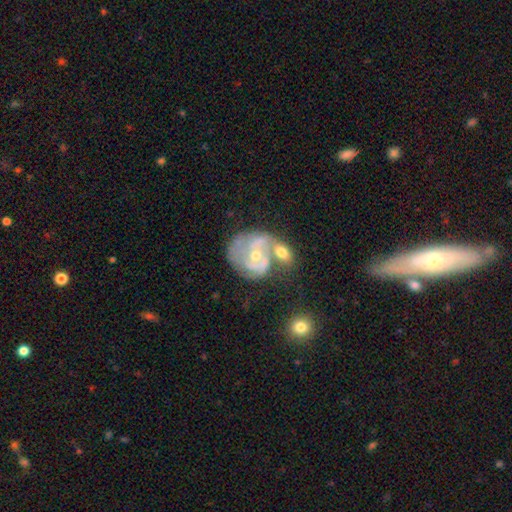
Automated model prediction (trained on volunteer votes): Smooth or featured?
  - featured or disk: 76% *
  - smooth: 18%
  - star or artifact: 7%
Edge-on disk?
  - no: 98% *
  - yes: 2%
Bar?
  - no: 68% *
  - weak: 26%
  - strong: 6%
Spiral arms?
  - yes: 82% *
  - no: 18%
Spiral winding?
  - tight: 45% *
  - medium: 41%
  - loose: 15%
Spiral arm count?
  - 2: 43% *
  - can't tell: 26%
  - 3: 18%
  - 1: 7%
  - 4: 3%
  - more than 4: 3%
Bulge size?
  - moderate: 48% *
  - small: 47%
  - large: 2%
  - none: 2%
  - dominant: 1%
Merging?
  - merger: 44% *
  - none: 28%
  - minor disturbance: 16%
  - major disturbance: 12%